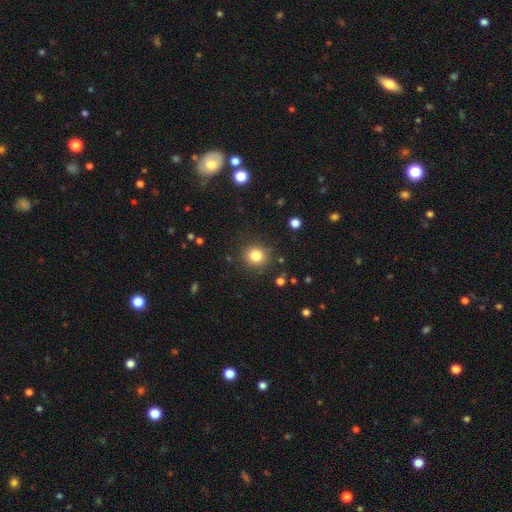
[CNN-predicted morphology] The model was most divided on "smooth or featured": smooth: 82%, star or artifact: 12%, featured or disk: 6%. More confident: how rounded — round (90%); merging — none (88%).